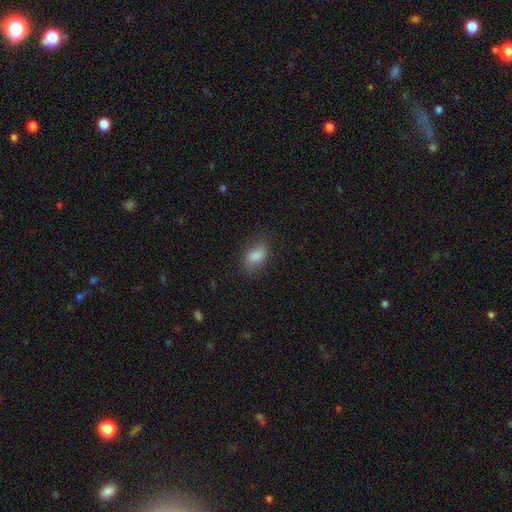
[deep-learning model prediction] Morphology: type=smooth (85%); roundness=in between (88%); merging=none (77%).